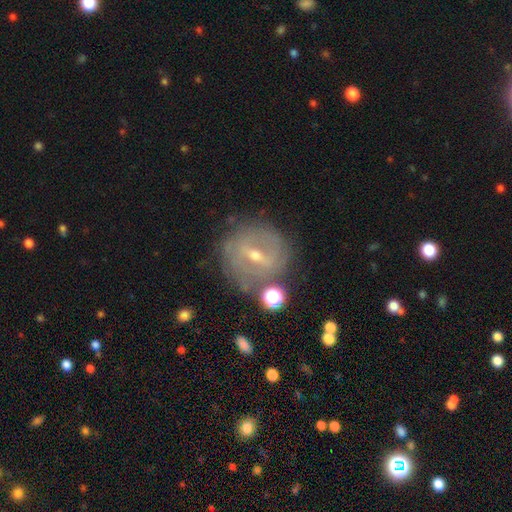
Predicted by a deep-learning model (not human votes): featured or disk 75%, smooth 17%, star or artifact 9%. Down the decision tree: edge-on disk — no (93%); bar — weak (43%); spiral arms — yes (65%); bulge size — small (56%); merging — none (73%).